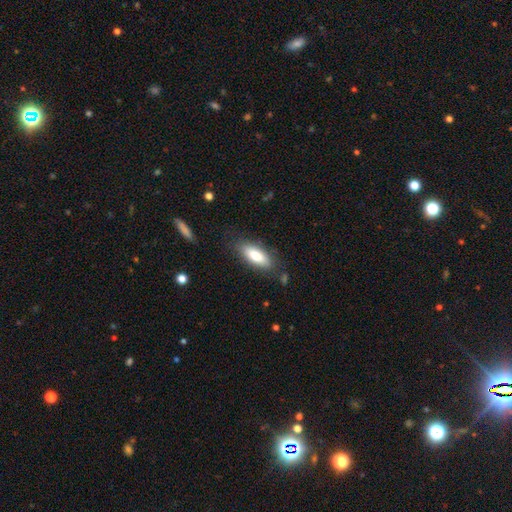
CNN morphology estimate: A smooth galaxy with no disk features (81%) that is in between round and cigar-shaped (74%). Merging: none (80%).